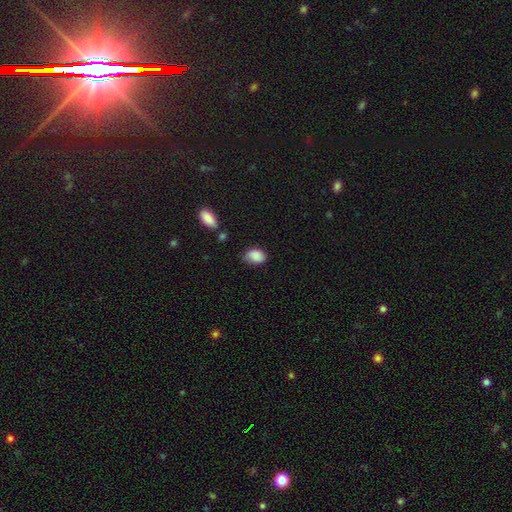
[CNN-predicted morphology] Smooth or featured?
  - smooth: 87% *
  - star or artifact: 8%
  - featured or disk: 5%
How rounded?
  - in between: 79% *
  - round: 19%
  - cigar-shaped: 1%
Merging?
  - none: 61% *
  - minor disturbance: 30%
  - major disturbance: 6%
  - merger: 3%